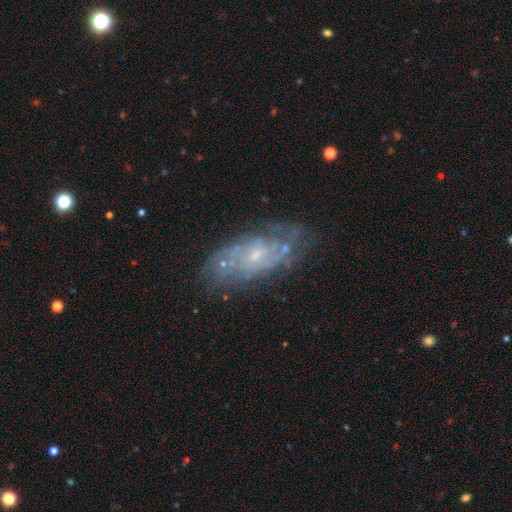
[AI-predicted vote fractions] featured or disk 75%, smooth 16%, star or artifact 9%. Down the decision tree: edge-on disk — no (91%); bar — no (66%); spiral arms — yes (79%); spiral arm count — can't tell (52%); spiral winding — tight (49%); bulge size — small (72%); merging — none (69%).